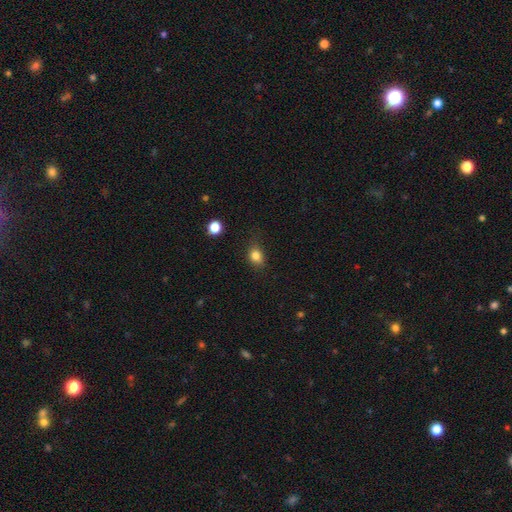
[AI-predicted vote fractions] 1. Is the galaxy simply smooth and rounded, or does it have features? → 82% smooth, 12% star or artifact, 6% featured or disk.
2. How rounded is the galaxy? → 53% in between, 46% round, 1% cigar-shaped.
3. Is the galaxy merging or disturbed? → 70% none, 22% minor disturbance, 6% major disturbance, 2% merger.